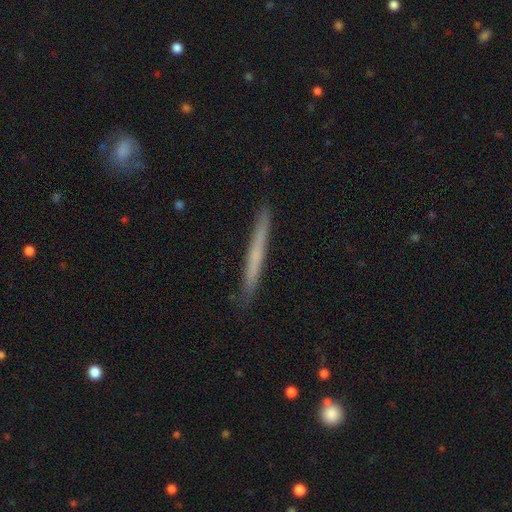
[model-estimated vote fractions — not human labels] Q: Smooth or featured?
A: smooth (51%); runner-up: featured or disk (43%)
Q: How rounded?
A: cigar-shaped (97%); runner-up: in between (2%)
Q: Merging?
A: none (90%); runner-up: minor disturbance (8%)